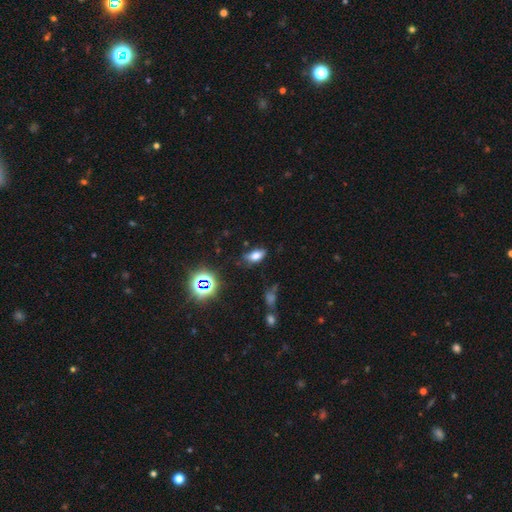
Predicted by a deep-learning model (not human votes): Q: Smooth or featured?
A: smooth (69%); runner-up: star or artifact (18%)
Q: How rounded?
A: in between (85%); runner-up: cigar-shaped (8%)
Q: Merging?
A: none (66%); runner-up: minor disturbance (23%)